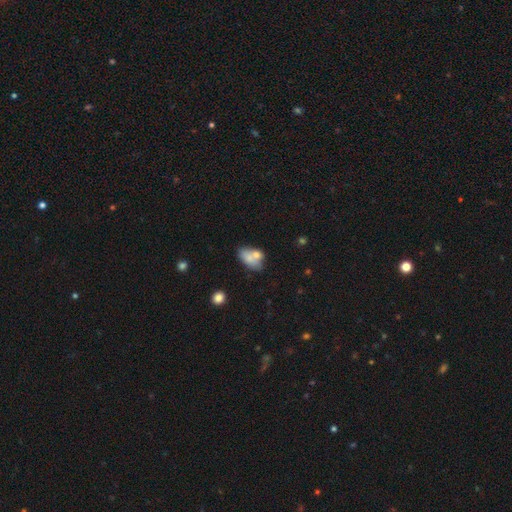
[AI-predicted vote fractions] Overall: smooth (69%). How rounded: in between (84%). Merging: merger (40%; none 34%).